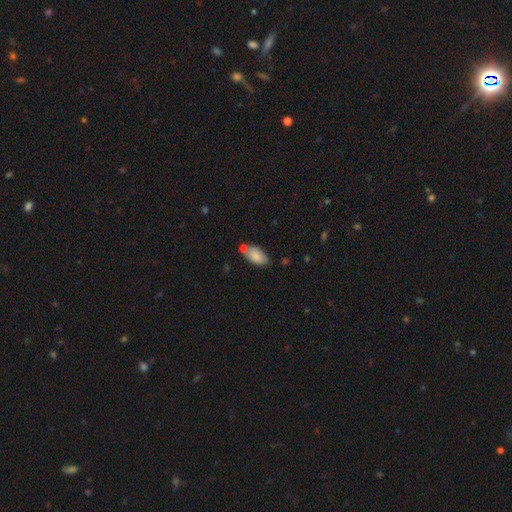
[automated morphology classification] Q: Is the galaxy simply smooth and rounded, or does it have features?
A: smooth — 82%.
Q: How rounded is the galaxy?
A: in between — 94%.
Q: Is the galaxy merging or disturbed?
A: none — 55%.